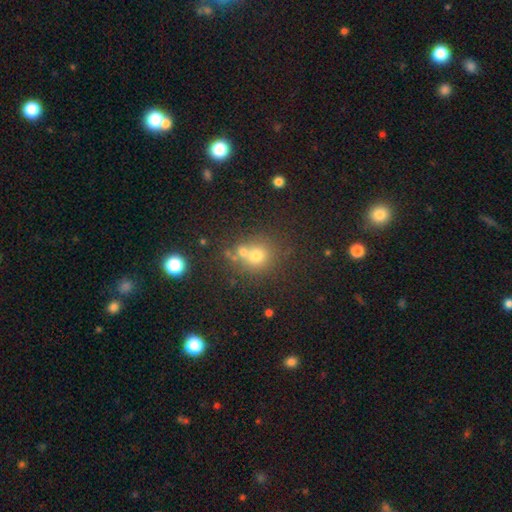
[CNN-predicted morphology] Smooth or featured: smooth — 68% (star or artifact — 18%)
How rounded: round — 85% (in between — 14%)
Merging: none — 54% (merger — 33%)